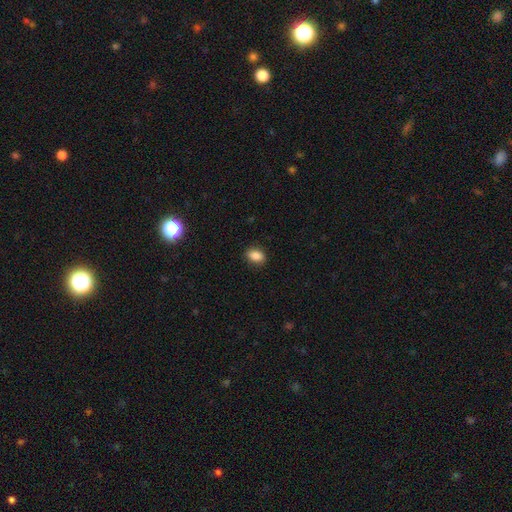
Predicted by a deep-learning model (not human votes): Q: Smooth or featured?
A: smooth (87%); runner-up: star or artifact (9%)
Q: How rounded?
A: in between (78%); runner-up: round (21%)
Q: Merging?
A: none (86%); runner-up: minor disturbance (10%)